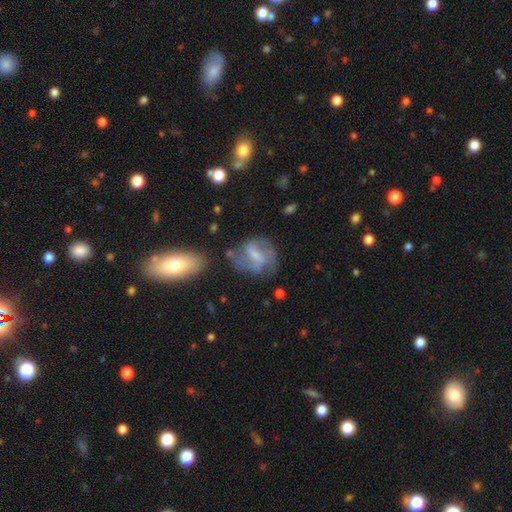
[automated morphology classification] Q: Smooth or featured?
A: featured or disk (69%); runner-up: smooth (23%)
Q: Edge-on disk?
A: no (97%); runner-up: yes (3%)
Q: Bar?
A: weak (53%); runner-up: no (24%)
Q: Spiral arms?
A: yes (86%); runner-up: no (14%)
Q: Spiral winding?
A: medium (47%); runner-up: loose (32%)
Q: Spiral arm count?
A: 2 (62%); runner-up: can't tell (17%)
Q: Bulge size?
A: small (52%); runner-up: moderate (30%)
Q: Merging?
A: none (59%); runner-up: minor disturbance (21%)